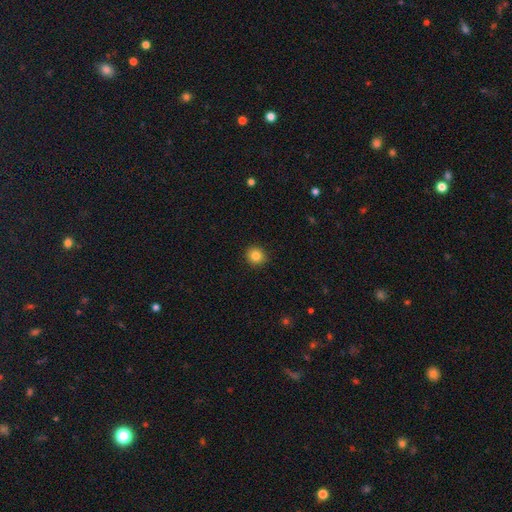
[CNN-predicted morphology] A smooth galaxy with no disk features (84%) that is round (92%).

Vote fractions:
- Smooth or featured? smooth: 84% / star or artifact: 11% / featured or disk: 5%
- How rounded? round: 92% / in between: 8% / cigar-shaped: 1%
- Merging? none: 92% / minor disturbance: 5% / major disturbance: 2% / merger: 1%